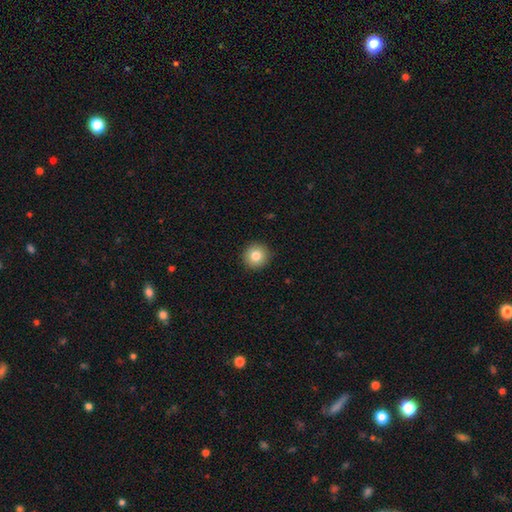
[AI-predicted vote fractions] Smooth or featured? smooth (82%)
How rounded? round (95%)
Merging? none (92%)